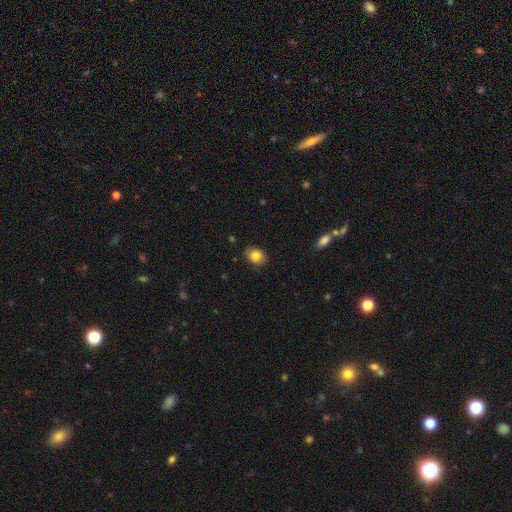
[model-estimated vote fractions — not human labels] Smooth or featured? smooth (84%)
How rounded? in between (56%)
Merging? none (83%)